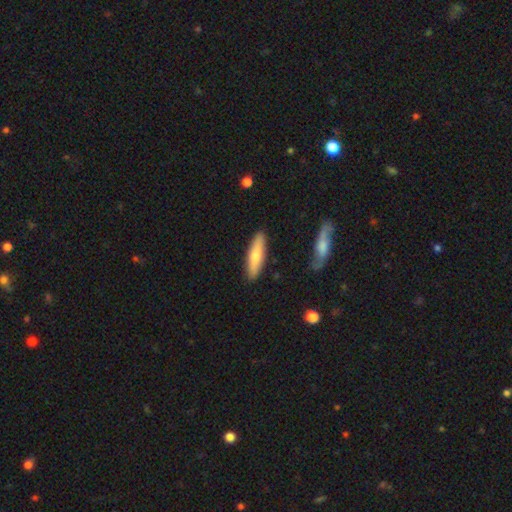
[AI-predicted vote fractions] Q: Smooth or featured?
A: smooth (69%); runner-up: featured or disk (26%)
Q: How rounded?
A: cigar-shaped (67%); runner-up: in between (31%)
Q: Merging?
A: none (88%); runner-up: minor disturbance (9%)